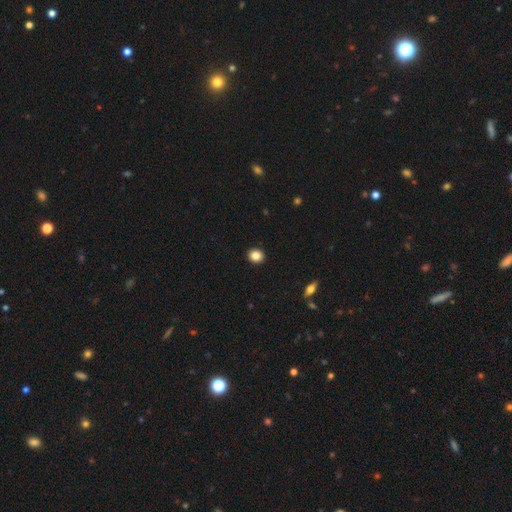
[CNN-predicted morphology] smooth_or_featured: smooth (p=0.85) [alt: star or artifact p=0.10]
how_rounded: round (p=0.76) [alt: in between p=0.23]
merging: none (p=0.92) [alt: minor disturbance p=0.05]